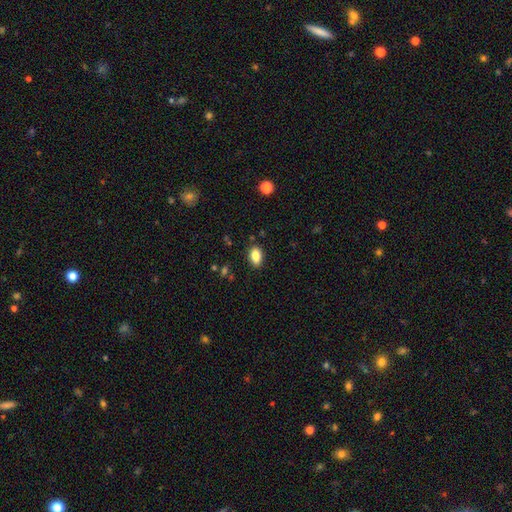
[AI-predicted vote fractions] Smooth or featured: smooth — 84% (star or artifact — 9%)
How rounded: in between — 89% (round — 9%)
Merging: none — 86% (minor disturbance — 10%)